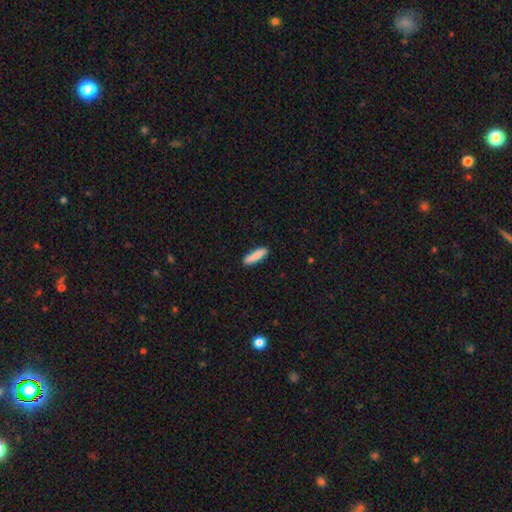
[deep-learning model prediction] Smooth or featured? Predicted: smooth (p=0.87). How rounded? Predicted: cigar-shaped (p=0.73). Merging? Predicted: none (p=0.88).